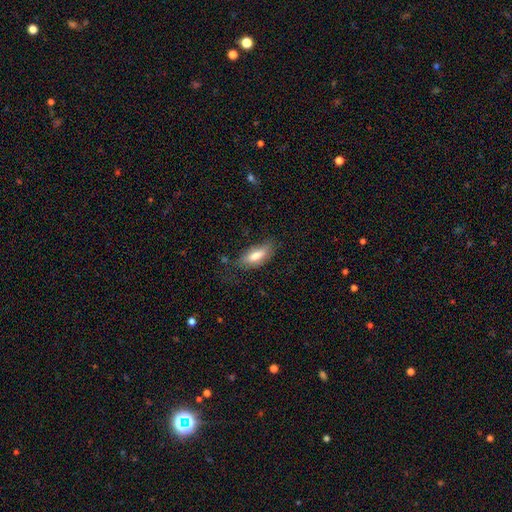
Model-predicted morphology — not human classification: smooth_or_featured: smooth (p=0.74) [alt: featured or disk p=0.19]
how_rounded: in between (p=0.73) [alt: cigar-shaped p=0.25]
merging: none (p=0.66) [alt: minor disturbance p=0.24]